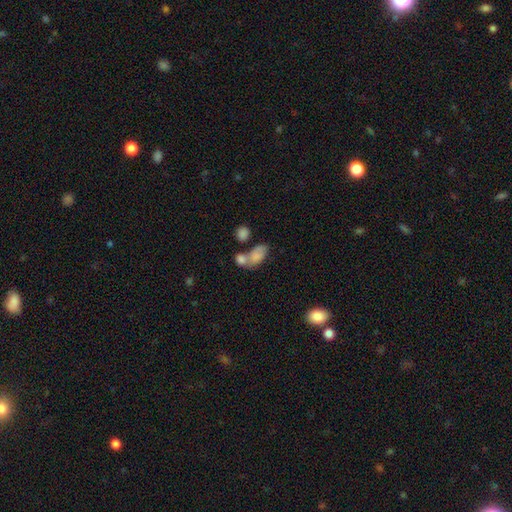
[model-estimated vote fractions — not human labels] smooth_or_featured: smooth (p=0.75) [alt: featured or disk p=0.16]
how_rounded: in between (p=0.86) [alt: round p=0.11]
merging: merger (p=0.54) [alt: none p=0.26]